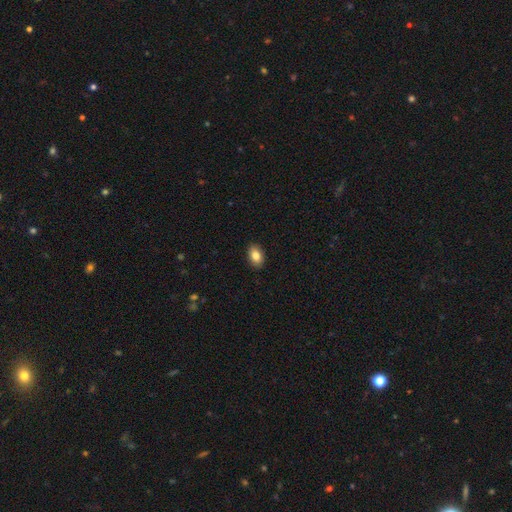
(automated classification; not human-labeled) Overall: smooth (83%). How rounded: in between (86%). Merging: none (90%).